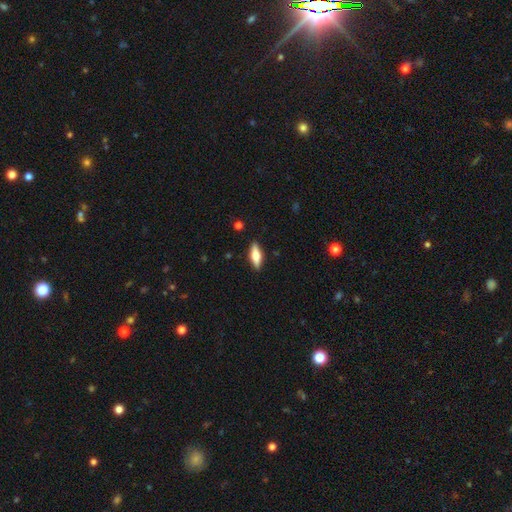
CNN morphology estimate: smooth_or_featured: smooth (p=0.52) [alt: featured or disk p=0.42]
how_rounded: in between (p=0.55) [alt: cigar-shaped p=0.43]
merging: none (p=0.89) [alt: minor disturbance p=0.08]